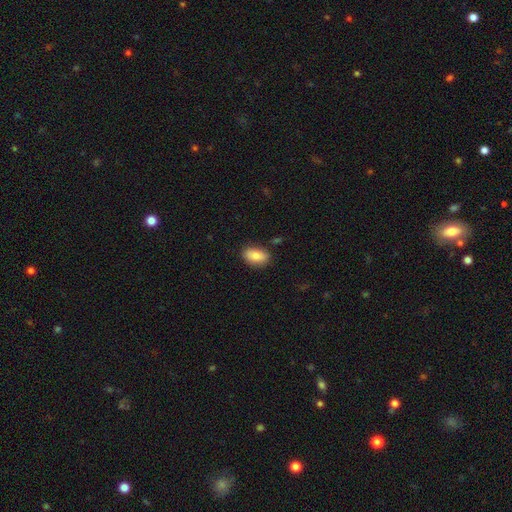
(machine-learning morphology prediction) This appears to be a smooth galaxy with no disk features (82%) that is in between round and cigar-shaped (92%). Merging: none (83%).